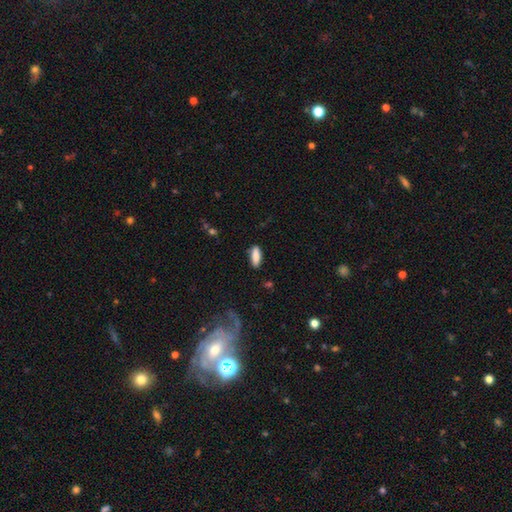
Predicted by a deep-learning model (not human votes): Smooth or featured? smooth (86%)
How rounded? in between (62%)
Merging? none (85%)